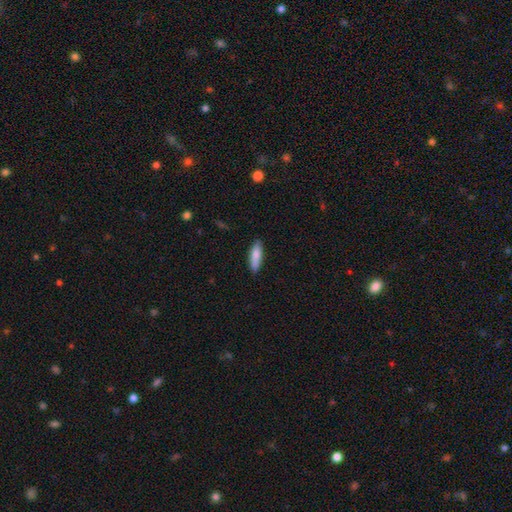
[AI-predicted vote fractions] A smooth galaxy with no disk features (82%) that is cigar-shaped (58%).

Vote fractions:
- Smooth or featured? smooth: 82% / featured or disk: 12% / star or artifact: 6%
- How rounded? cigar-shaped: 58% / in between: 41% / round: 2%
- Merging? none: 85% / minor disturbance: 12% / major disturbance: 2% / merger: 1%